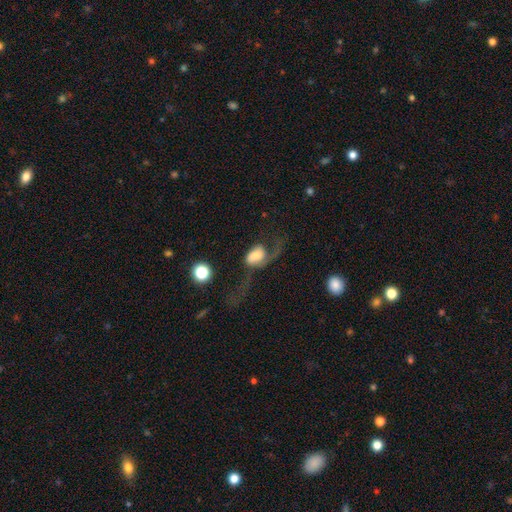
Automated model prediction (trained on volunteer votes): Q: Smooth or featured?
A: featured or disk (49%); runner-up: smooth (43%)
Q: Merging?
A: major disturbance (60%); runner-up: none (20%)